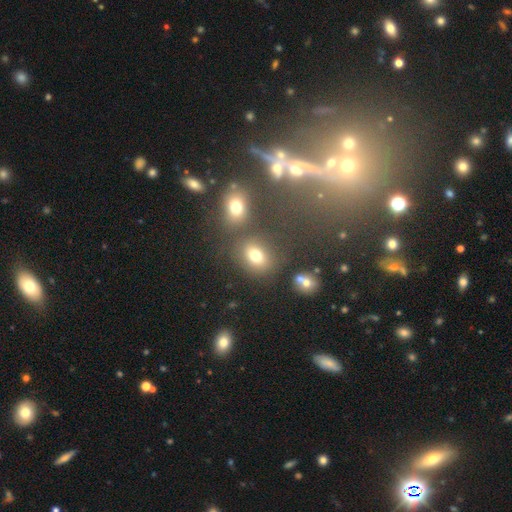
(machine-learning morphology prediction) Q: Smooth or featured?
A: smooth (71%); runner-up: star or artifact (17%)
Q: How rounded?
A: in between (52%); runner-up: round (46%)
Q: Merging?
A: none (69%); runner-up: merger (14%)